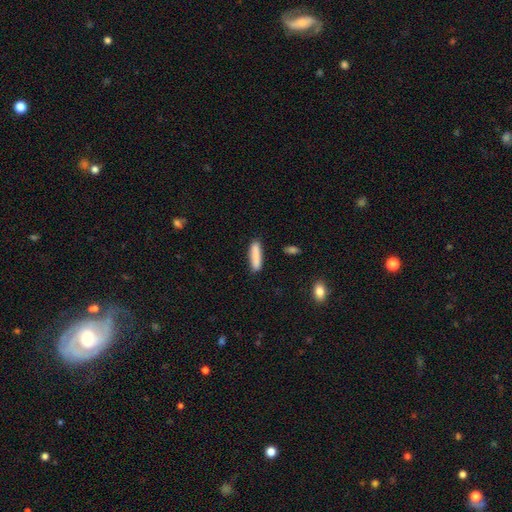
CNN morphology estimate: Smooth or featured? smooth (86%)
How rounded? cigar-shaped (78%)
Merging? none (85%)